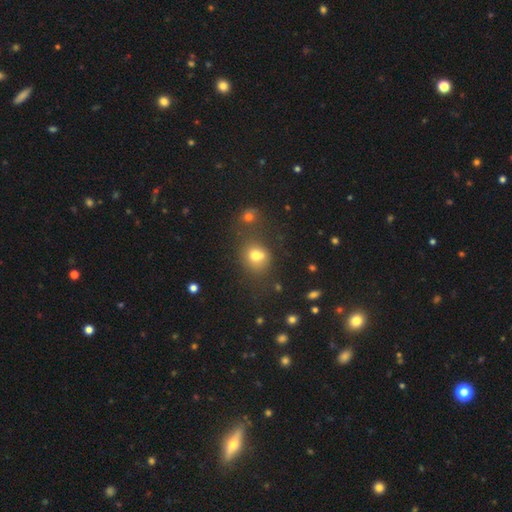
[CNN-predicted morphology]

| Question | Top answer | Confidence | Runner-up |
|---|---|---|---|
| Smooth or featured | smooth | 72% | star or artifact (16%) |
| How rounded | round | 69% | in between (30%) |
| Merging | none | 52% | merger (26%) |